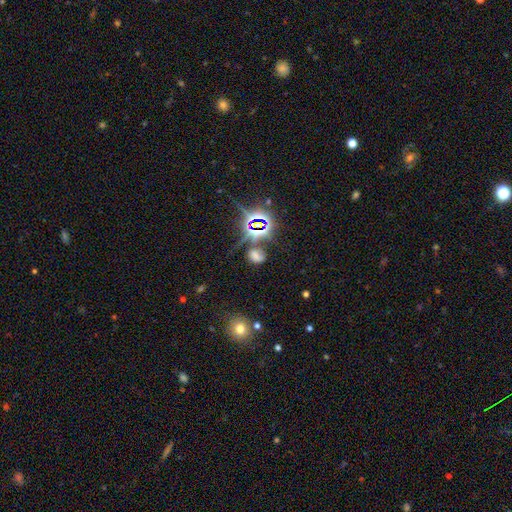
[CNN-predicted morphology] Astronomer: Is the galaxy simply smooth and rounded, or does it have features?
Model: star or artifact — 42%, tied with smooth at 42%.